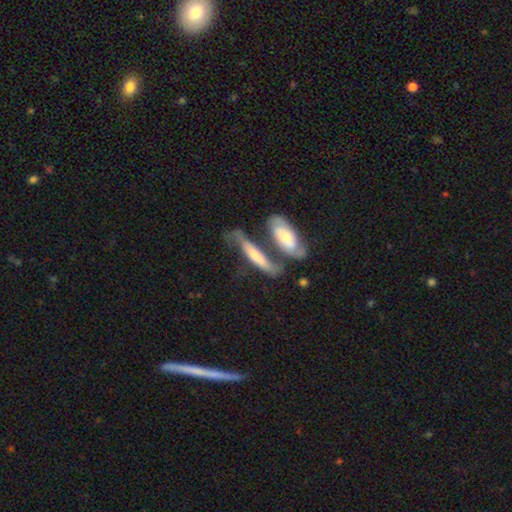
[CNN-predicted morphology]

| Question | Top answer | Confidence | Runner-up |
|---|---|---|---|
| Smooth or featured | featured or disk | 50% | smooth (43%) |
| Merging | merger | 38% | none (35%) |